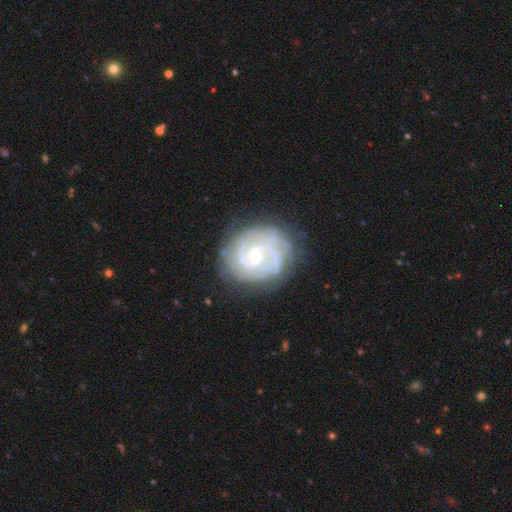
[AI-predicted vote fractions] smooth-or-featured: featured or disk: 87% | smooth: 7% | star or artifact: 5%
  disk-edge-on: no: 98% | yes: 2%
    bar: weak: 50% | no: 37% | strong: 13%
    has-spiral-arms: yes: 97% | no: 3%
      spiral-winding: tight: 70% | medium: 26% | loose: 5%
      spiral-arm-count: 2: 39% | can't tell: 23% | 3: 19% | 4: 9% | more than 4: 5% | 1: 5%
    bulge-size: small: 64% | moderate: 31% | none: 3% | large: 1% | dominant: 1%
  merging: none: 78% | minor disturbance: 15% | major disturbance: 6% | merger: 1%